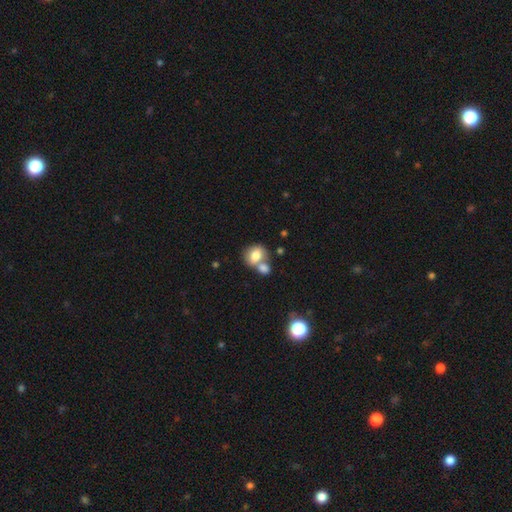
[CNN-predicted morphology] A smooth galaxy with no disk features (78%) that is round (51%).

Vote fractions:
- Smooth or featured? smooth: 78% / featured or disk: 13% / star or artifact: 9%
- How rounded? round: 51% / in between: 48% / cigar-shaped: 1%
- Merging? merger: 49% / none: 37% / minor disturbance: 10% / major disturbance: 4%